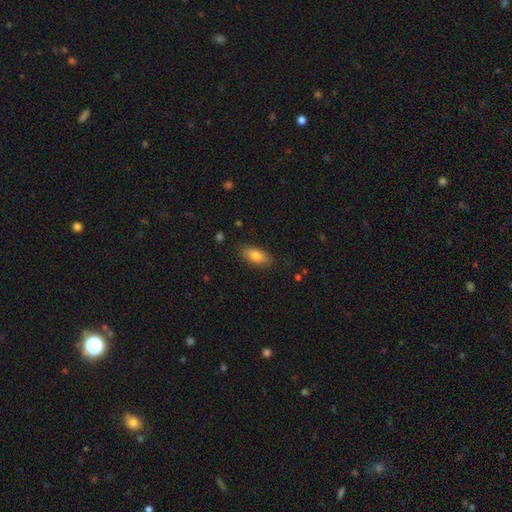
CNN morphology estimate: The model was most divided on "smooth or featured": smooth: 78%, featured or disk: 14%, star or artifact: 7%. More confident: merging — none (85%); how rounded — in between (85%).